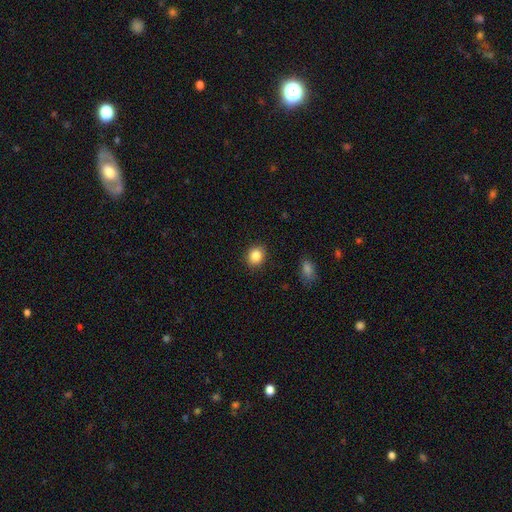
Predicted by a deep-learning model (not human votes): Smooth or featured?
  - smooth: 85% *
  - star or artifact: 10%
  - featured or disk: 5%
How rounded?
  - round: 67% *
  - in between: 32%
  - cigar-shaped: 1%
Merging?
  - none: 89% *
  - minor disturbance: 8%
  - major disturbance: 2%
  - merger: 1%